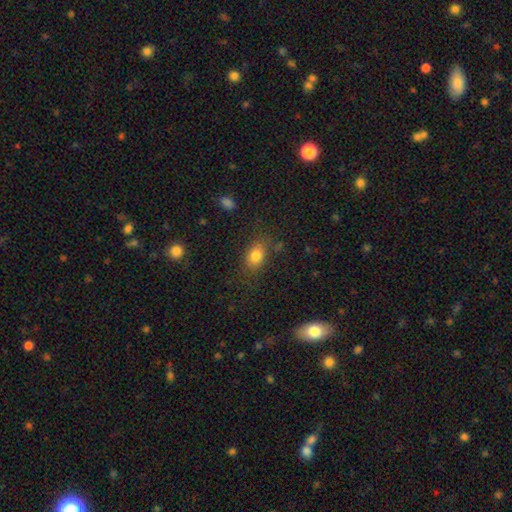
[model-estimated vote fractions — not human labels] Smooth or featured: smooth — 80% (star or artifact — 11%)
How rounded: in between — 77% (round — 21%)
Merging: none — 77% (minor disturbance — 15%)